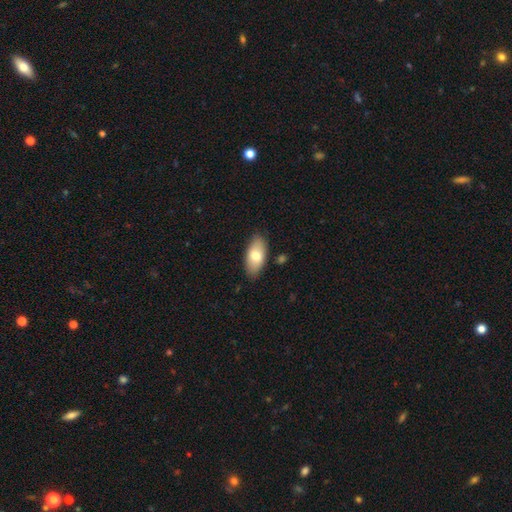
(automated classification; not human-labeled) Overall: smooth (75%). How rounded: in between (92%). Merging: none (85%).